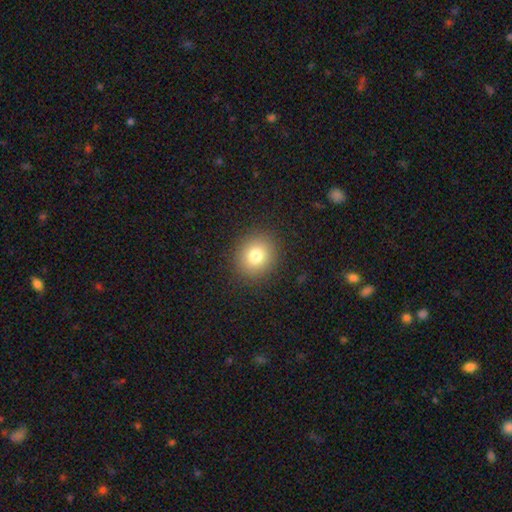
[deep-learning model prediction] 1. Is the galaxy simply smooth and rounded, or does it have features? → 79% smooth, 12% star or artifact, 9% featured or disk.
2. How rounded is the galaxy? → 81% round, 18% in between, 1% cigar-shaped.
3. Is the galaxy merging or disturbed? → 90% none, 7% minor disturbance, 3% major disturbance, 1% merger.